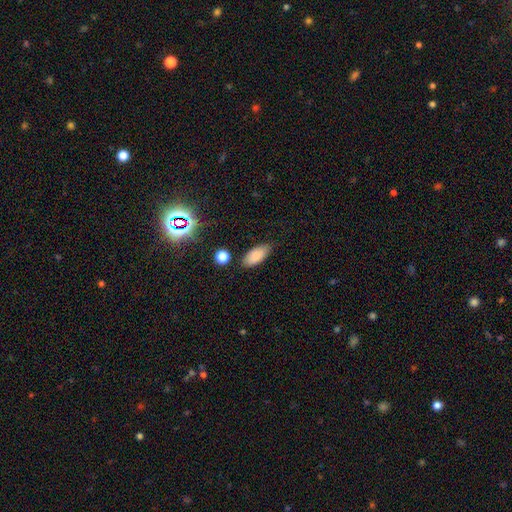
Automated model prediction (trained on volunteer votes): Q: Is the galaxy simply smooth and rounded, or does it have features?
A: smooth — 86%.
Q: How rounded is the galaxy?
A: in between — 86%.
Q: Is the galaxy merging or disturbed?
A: none — 80%.